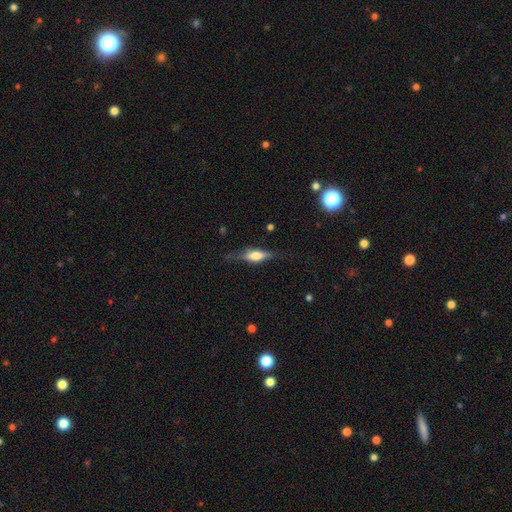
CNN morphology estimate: smooth_or_featured: featured or disk (p=0.57) [alt: smooth p=0.36]
disk_edge_on: yes (p=0.93) [alt: no p=0.07]
edge_on_bulge: rounded (p=0.85) [alt: boxy p=0.12]
merging: none (p=0.73) [alt: minor disturbance p=0.19]